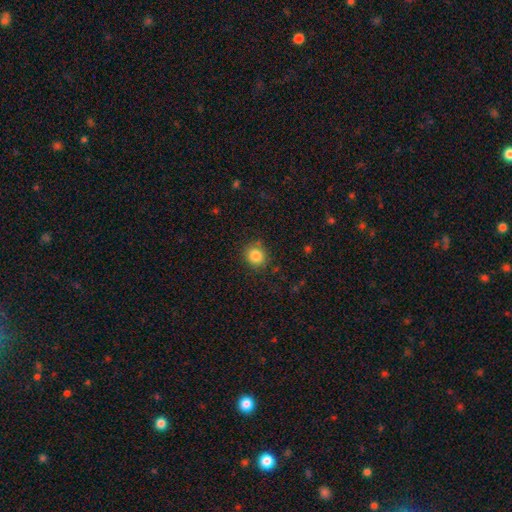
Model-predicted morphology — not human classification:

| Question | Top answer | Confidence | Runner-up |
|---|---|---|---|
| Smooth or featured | smooth | 84% | star or artifact (10%) |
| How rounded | round | 81% | in between (19%) |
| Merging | none | 85% | minor disturbance (10%) |